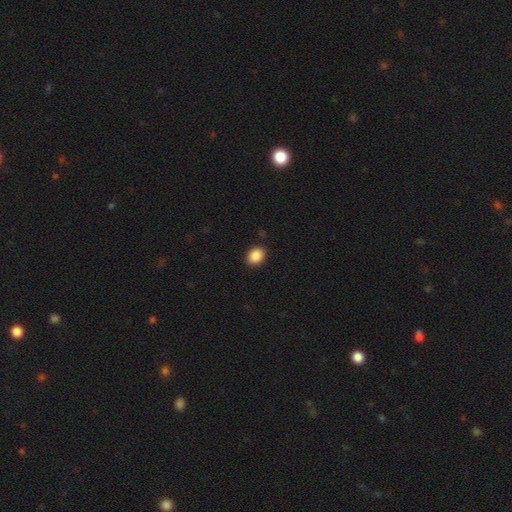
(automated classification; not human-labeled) Smooth or featured: smooth — 89% (star or artifact — 8%)
How rounded: in between — 58% (round — 41%)
Merging: none — 89% (minor disturbance — 8%)